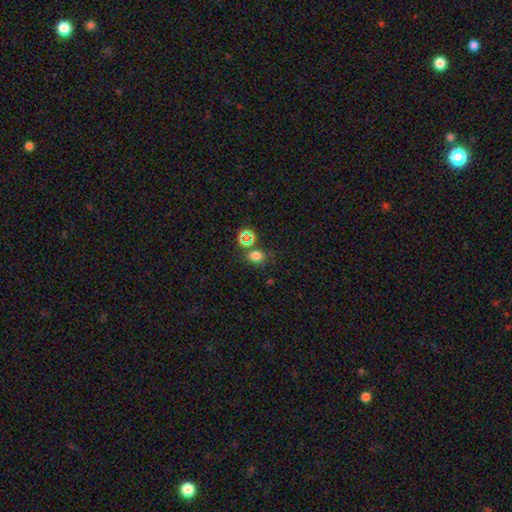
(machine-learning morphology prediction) Q: Smooth or featured?
A: smooth (68%); runner-up: star or artifact (25%)
Q: How rounded?
A: round (63%); runner-up: in between (35%)
Q: Merging?
A: none (68%); runner-up: merger (14%)